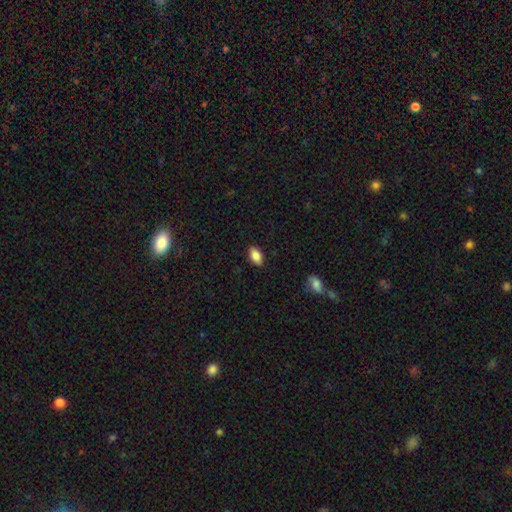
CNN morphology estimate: A smooth galaxy with no disk features (86%) that is in between round and cigar-shaped (91%).

Vote fractions:
- Smooth or featured? smooth: 86% / star or artifact: 7% / featured or disk: 7%
- How rounded? in between: 91% / cigar-shaped: 5% / round: 4%
- Merging? none: 88% / minor disturbance: 9% / major disturbance: 2% / merger: 1%